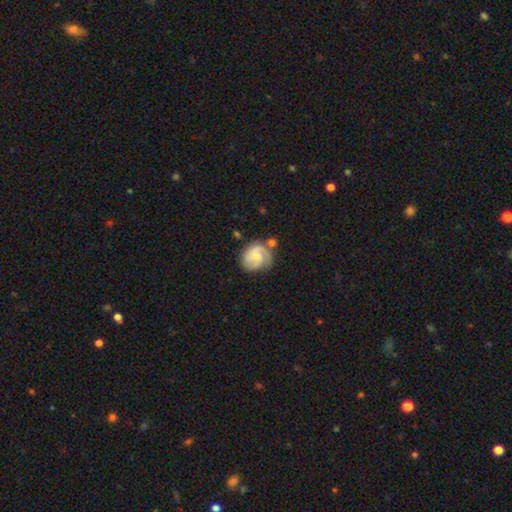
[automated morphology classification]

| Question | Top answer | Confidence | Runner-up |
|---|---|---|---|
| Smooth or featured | featured or disk | 73% | smooth (21%) |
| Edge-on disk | no | 98% | yes (2%) |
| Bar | no | 53% | weak (40%) |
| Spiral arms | yes | 95% | no (5%) |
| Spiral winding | tight | 46% | medium (42%) |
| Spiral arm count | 2 | 61% | 3 (15%) |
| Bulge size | small | 50% | moderate (36%) |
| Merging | none | 63% | minor disturbance (21%) |